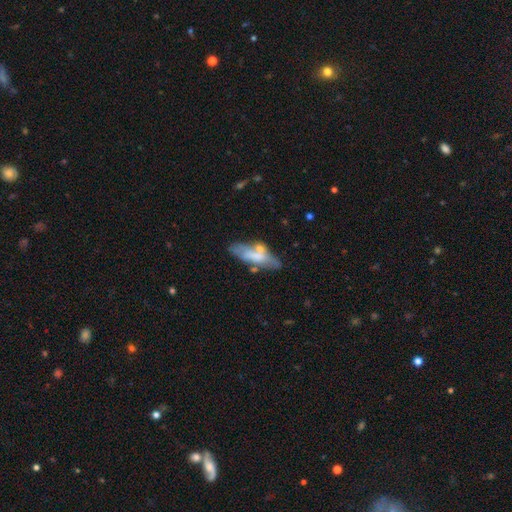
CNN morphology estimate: Q: Smooth or featured?
A: smooth (56%); runner-up: featured or disk (37%)
Q: How rounded?
A: in between (58%); runner-up: cigar-shaped (40%)
Q: Merging?
A: none (50%); runner-up: minor disturbance (23%)